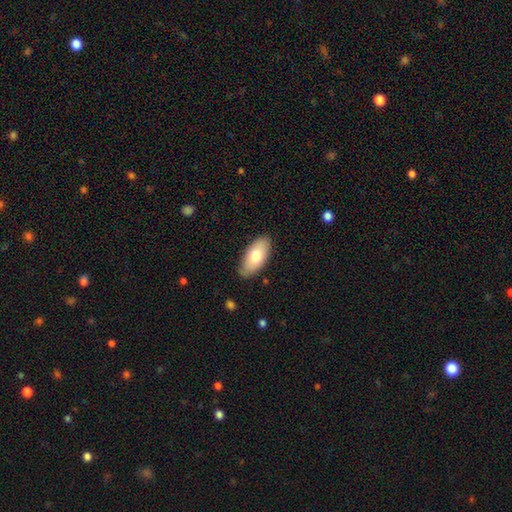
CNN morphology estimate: smooth-or-featured: smooth: 72% | featured or disk: 22% | star or artifact: 6%
  how-rounded: in between: 93% | cigar-shaped: 5% | round: 2%
  merging: none: 80% | minor disturbance: 16% | major disturbance: 3% | merger: 1%